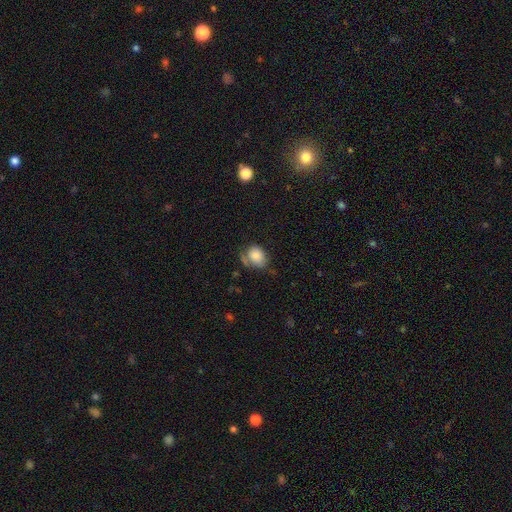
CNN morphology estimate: A smooth galaxy with no disk features (81%) that is in between round and cigar-shaped (56%). Merging: none (52%).